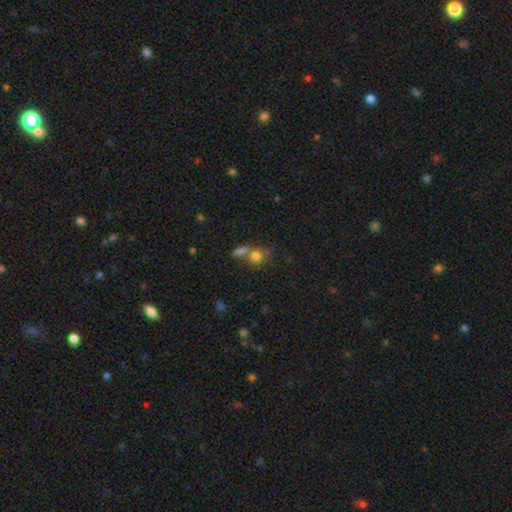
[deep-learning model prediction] This is likely a smooth galaxy (76%). How rounded: likely round (68%). Merging: possibly none (46%).